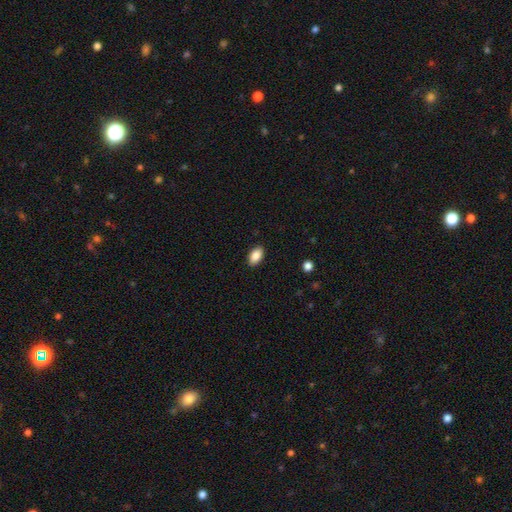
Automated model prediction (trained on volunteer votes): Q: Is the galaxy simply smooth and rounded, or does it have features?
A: smooth — 89%.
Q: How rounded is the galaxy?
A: in between — 93%.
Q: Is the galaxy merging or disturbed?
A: none — 89%.